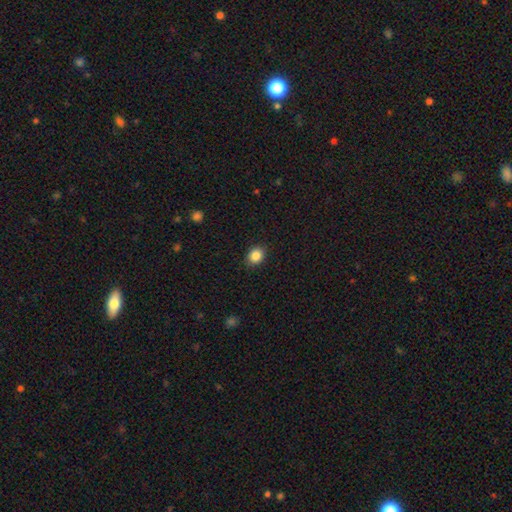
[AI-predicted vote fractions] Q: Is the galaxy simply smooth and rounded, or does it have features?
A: smooth — 86%.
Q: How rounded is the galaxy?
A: round — 53%.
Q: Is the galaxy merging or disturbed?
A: none — 89%.